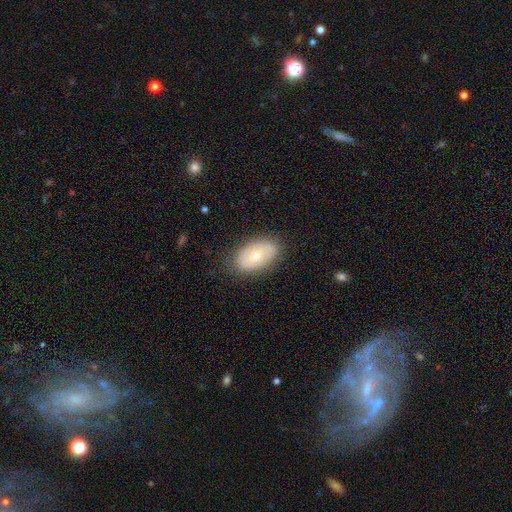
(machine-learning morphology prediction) Overall: smooth (54%; featured or disk 40%). How rounded: in between (91%). Merging: none (81%).